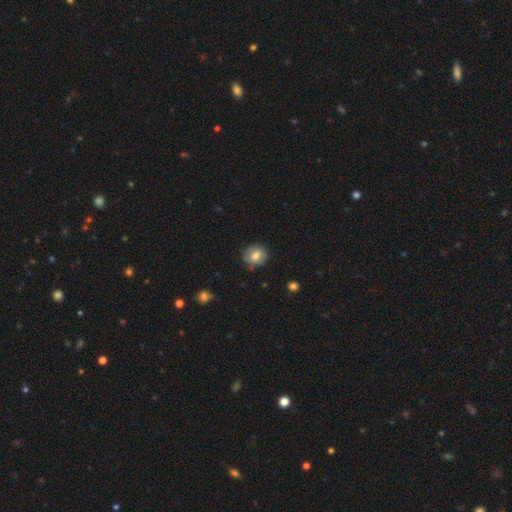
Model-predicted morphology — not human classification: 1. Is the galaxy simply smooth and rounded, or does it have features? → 71% smooth, 21% featured or disk, 9% star or artifact.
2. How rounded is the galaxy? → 78% round, 21% in between, 1% cigar-shaped.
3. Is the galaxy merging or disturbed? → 80% none, 15% minor disturbance, 3% major disturbance, 1% merger.